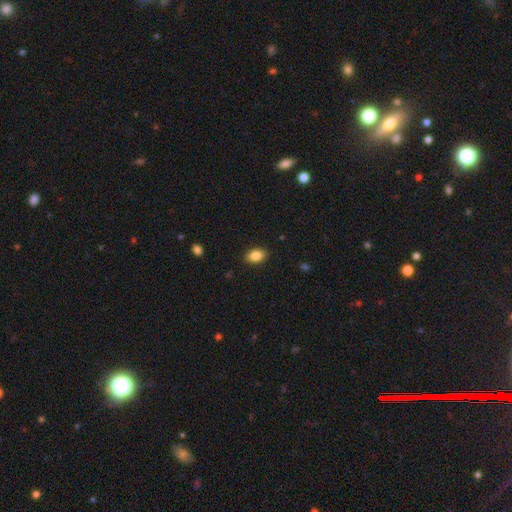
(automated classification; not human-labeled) Overall: smooth (86%). How rounded: in between (88%). Merging: none (88%).